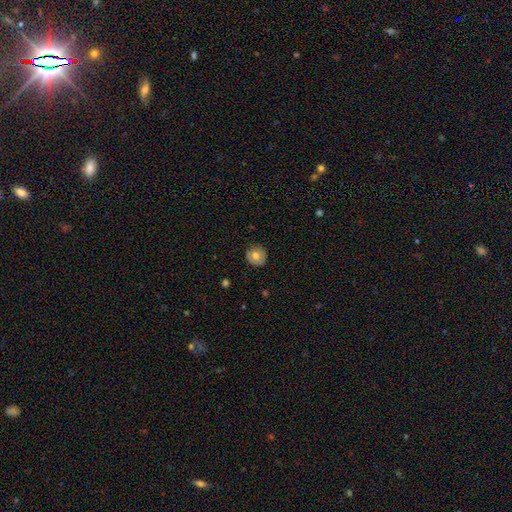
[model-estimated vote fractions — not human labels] Morphology: type=smooth (67%); roundness=round (88%); merging=none (82%).